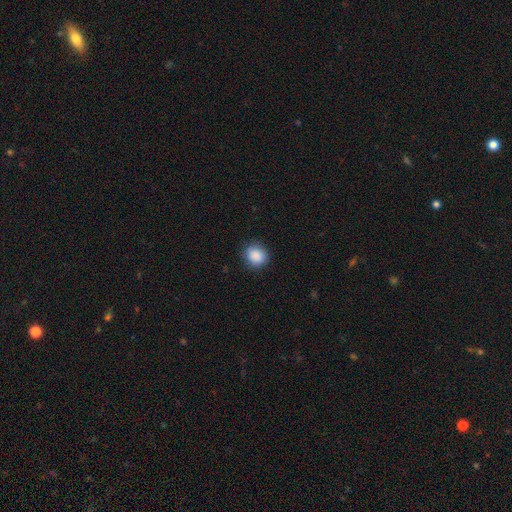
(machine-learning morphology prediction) smooth 89%, star or artifact 8%, featured or disk 3%. Down the decision tree: how rounded — round (77%); merging — none (86%).